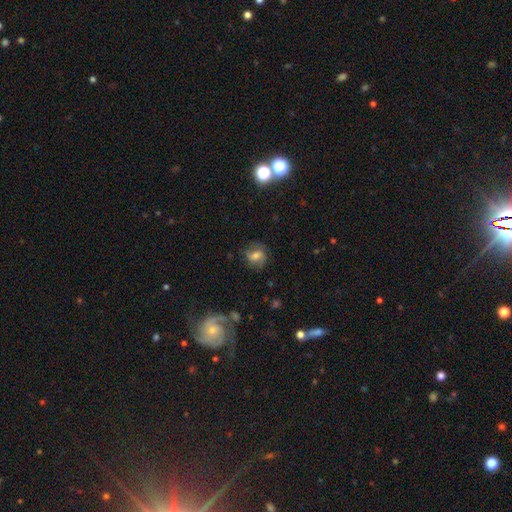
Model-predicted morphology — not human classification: The model was most divided on "smooth or featured": smooth: 51%, featured or disk: 37%, star or artifact: 13%. More confident: merging — none (72%); how rounded — round (65%).